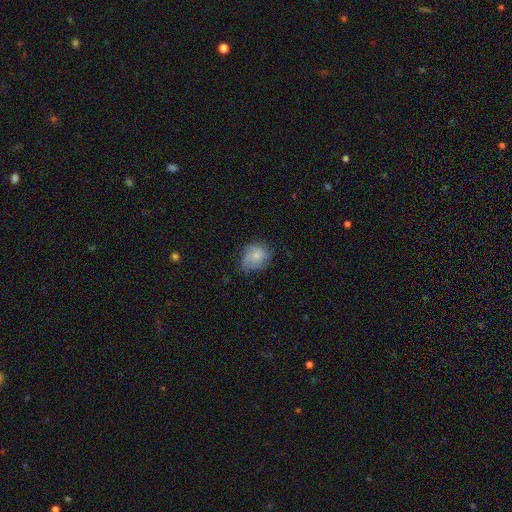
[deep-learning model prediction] A smooth galaxy with no disk features (72%) that is round (54%).

Vote fractions:
- Smooth or featured? smooth: 72% / featured or disk: 20% / star or artifact: 8%
- How rounded? round: 54% / in between: 45% / cigar-shaped: 1%
- Merging? none: 52% / minor disturbance: 35% / major disturbance: 12% / merger: 1%